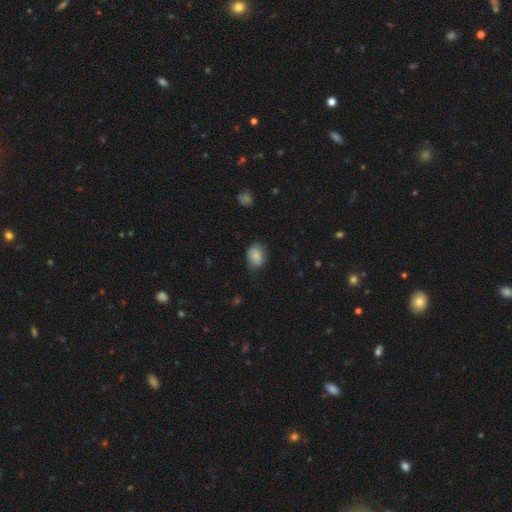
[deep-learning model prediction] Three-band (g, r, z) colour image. It shows a smooth galaxy with no disk features (79%) that is in between round and cigar-shaped (64%). Merging: none (69%).